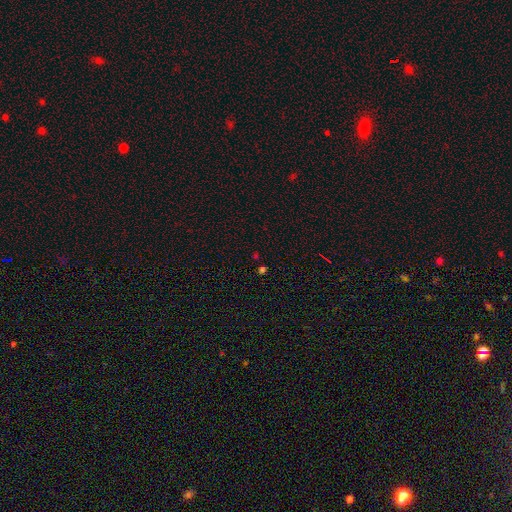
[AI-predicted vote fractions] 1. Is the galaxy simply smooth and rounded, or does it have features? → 53% star or artifact, 41% smooth, 6% featured or disk.